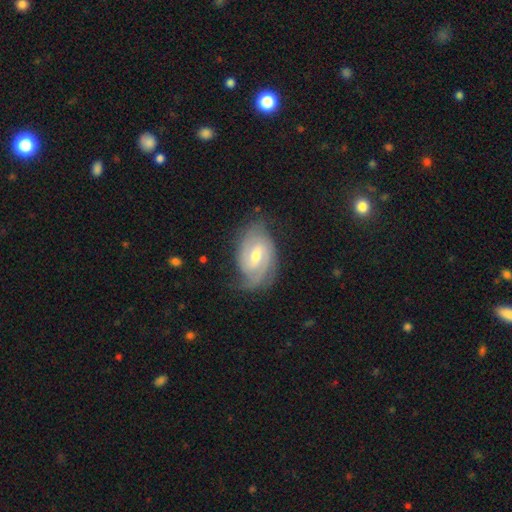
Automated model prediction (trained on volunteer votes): Smooth or featured: featured or disk — 84% (smooth — 11%)
Edge-on disk: no — 96% (yes — 4%)
Bar: weak — 57% (no — 24%)
Spiral arms: yes — 96% (no — 4%)
Spiral winding: tight — 54% (medium — 36%)
Spiral arm count: 2 — 62% (can't tell — 15%)
Bulge size: moderate — 58% (small — 37%)
Merging: none — 73% (minor disturbance — 20%)